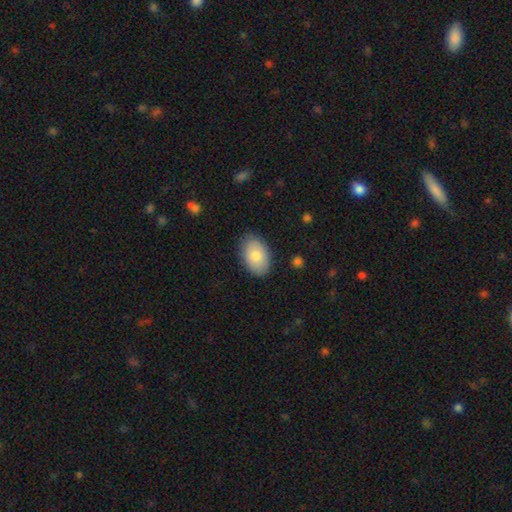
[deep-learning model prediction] The model was most divided on "smooth or featured": smooth: 79%, featured or disk: 14%, star or artifact: 6%. More confident: how rounded — in between (91%); merging — none (84%).